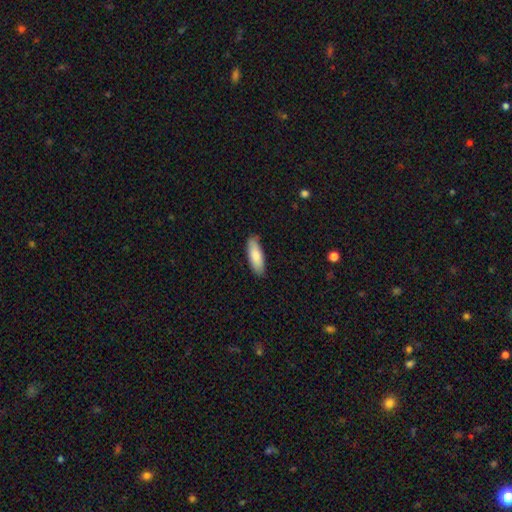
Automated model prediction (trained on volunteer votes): smooth_or_featured: smooth (p=0.84) [alt: featured or disk p=0.11]
how_rounded: in between (p=0.62) [alt: cigar-shaped p=0.37]
merging: none (p=0.86) [alt: minor disturbance p=0.11]